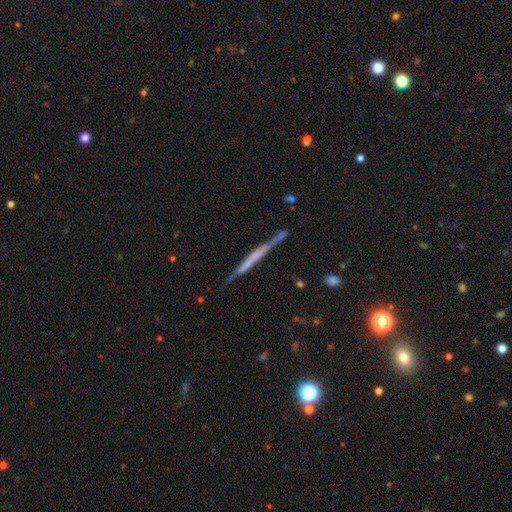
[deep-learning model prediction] Overall: featured or disk (65%; smooth 28%). Edge-on disk: yes (96%). Edge-on bulge: none (65%). Merging: none (78%).